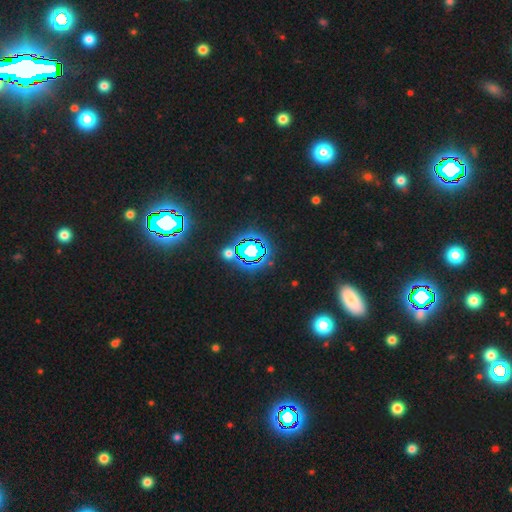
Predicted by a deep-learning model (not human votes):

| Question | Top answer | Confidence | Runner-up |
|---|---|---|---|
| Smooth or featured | star or artifact | 73% | smooth (19%) |